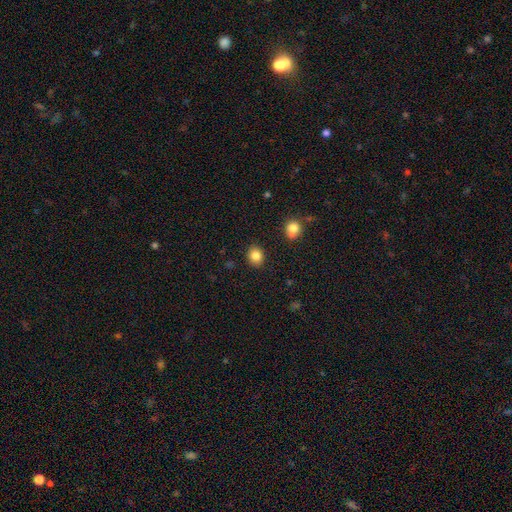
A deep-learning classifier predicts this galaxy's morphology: Smooth or featured? smooth (84%)
How rounded? round (68%)
Merging? none (89%)